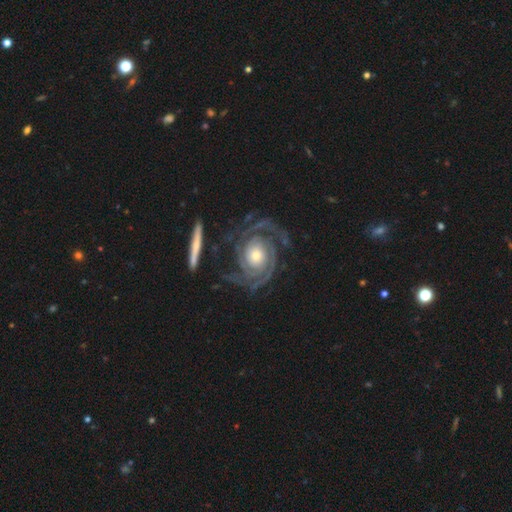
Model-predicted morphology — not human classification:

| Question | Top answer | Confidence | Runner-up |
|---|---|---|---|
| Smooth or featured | featured or disk | 92% | star or artifact (4%) |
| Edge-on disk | no | 97% | yes (3%) |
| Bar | no | 74% | weak (17%) |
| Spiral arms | yes | 98% | no (2%) |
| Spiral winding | tight | 64% | medium (30%) |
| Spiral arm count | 2 | 59% | 3 (17%) |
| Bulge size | moderate | 53% | small (35%) |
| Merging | none | 67% | minor disturbance (16%) |